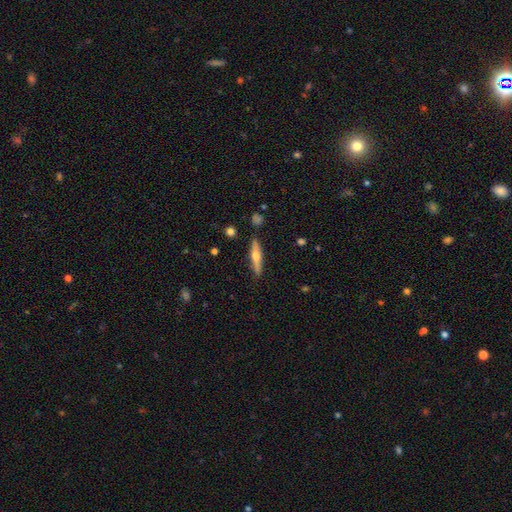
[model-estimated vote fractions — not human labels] Q: Smooth or featured?
A: featured or disk (53%); runner-up: smooth (41%)
Q: Edge-on disk?
A: yes (95%); runner-up: no (5%)
Q: Edge-on bulge?
A: rounded (89%); runner-up: none (6%)
Q: Merging?
A: none (87%); runner-up: minor disturbance (9%)